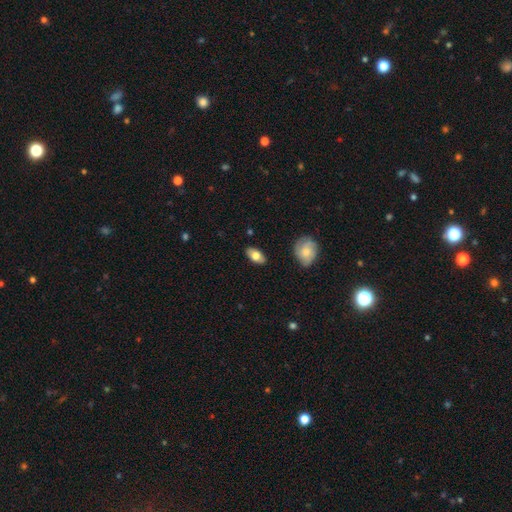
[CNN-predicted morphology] This is likely a smooth galaxy (72%). How rounded: clearly in between (90%). Merging: clearly none (85%).